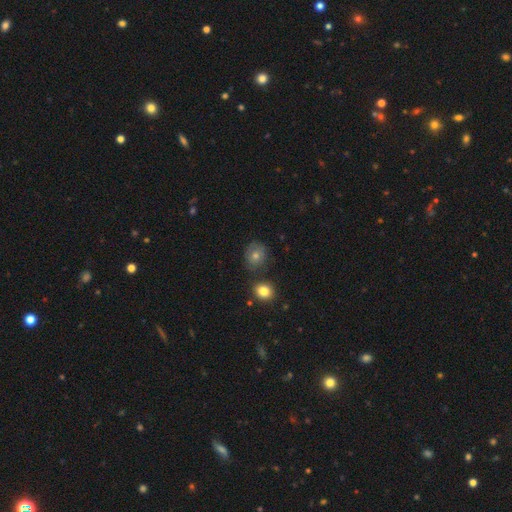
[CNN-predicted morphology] Smooth or featured: smooth — 65% (featured or disk — 20%)
How rounded: round — 77% (in between — 22%)
Merging: none — 78% (minor disturbance — 13%)